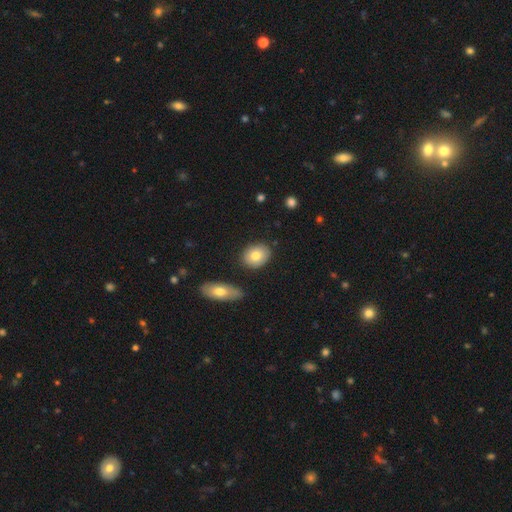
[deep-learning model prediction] Q: Smooth or featured?
A: smooth (80%); runner-up: featured or disk (13%)
Q: How rounded?
A: in between (60%); runner-up: round (38%)
Q: Merging?
A: none (83%); runner-up: minor disturbance (10%)